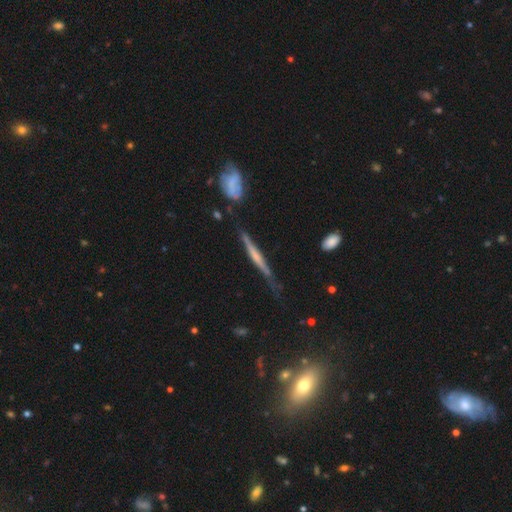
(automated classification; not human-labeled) Overall: featured or disk (67%). Edge-on disk: yes (95%). Edge-on bulge: none (41%; rounded 40%). Merging: none (60%; minor disturbance 26%).